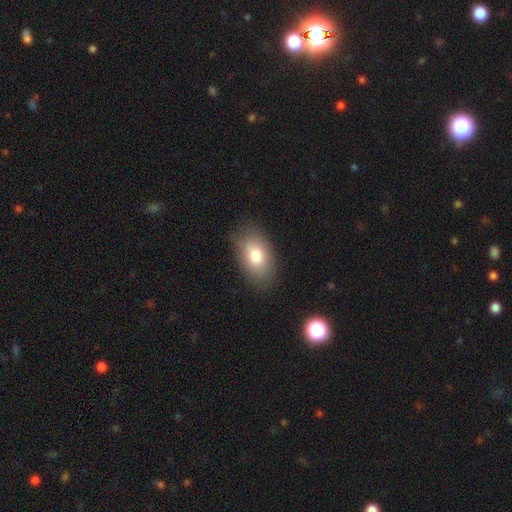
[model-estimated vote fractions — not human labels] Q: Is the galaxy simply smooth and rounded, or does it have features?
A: smooth — 79%.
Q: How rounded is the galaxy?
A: in between — 91%.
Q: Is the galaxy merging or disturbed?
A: none — 81%.